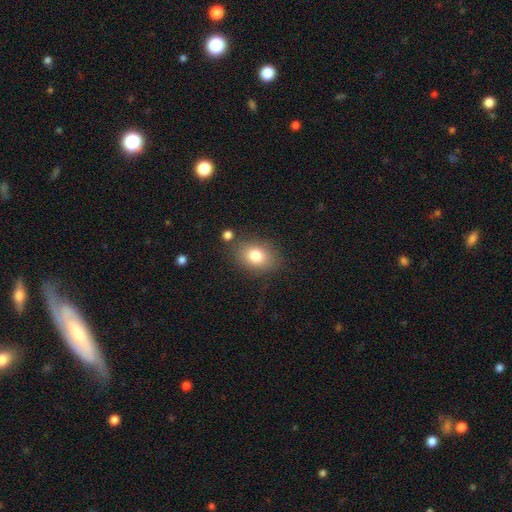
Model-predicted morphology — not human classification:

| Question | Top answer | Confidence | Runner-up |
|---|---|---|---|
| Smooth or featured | smooth | 79% | featured or disk (11%) |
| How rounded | in between | 66% | round (33%) |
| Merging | none | 77% | minor disturbance (13%) |